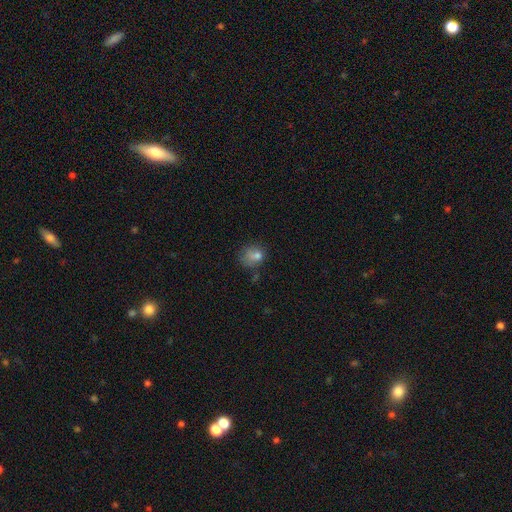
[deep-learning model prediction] smooth-or-featured: smooth: 72% | featured or disk: 15% | star or artifact: 14%
  how-rounded: round: 59% | in between: 40% | cigar-shaped: 1%
  merging: none: 41% | minor disturbance: 27% | major disturbance: 22% | merger: 10%